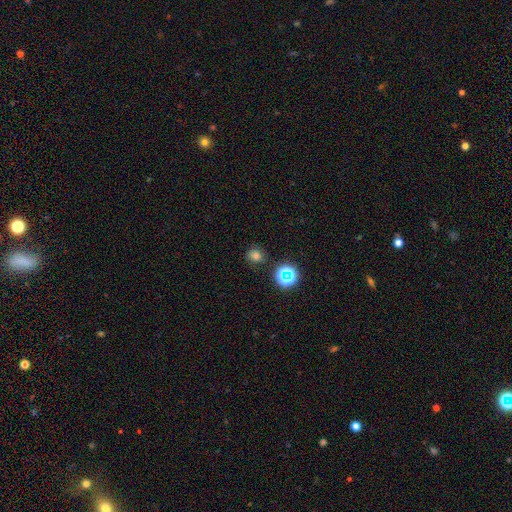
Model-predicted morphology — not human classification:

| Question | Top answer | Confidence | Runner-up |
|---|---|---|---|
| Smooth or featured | smooth | 70% | star or artifact (22%) |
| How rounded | round | 78% | in between (21%) |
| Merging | none | 82% | minor disturbance (12%) |